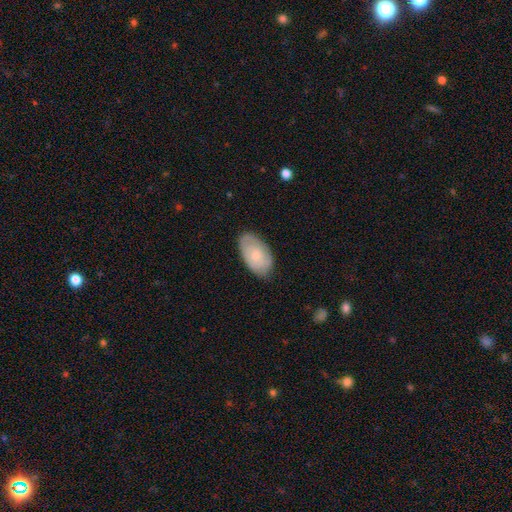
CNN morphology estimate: Smooth or featured?
  - smooth: 57% *
  - featured or disk: 37%
  - star or artifact: 6%
How rounded?
  - in between: 93% *
  - round: 5%
  - cigar-shaped: 1%
Merging?
  - none: 77% *
  - minor disturbance: 18%
  - major disturbance: 3%
  - merger: 1%